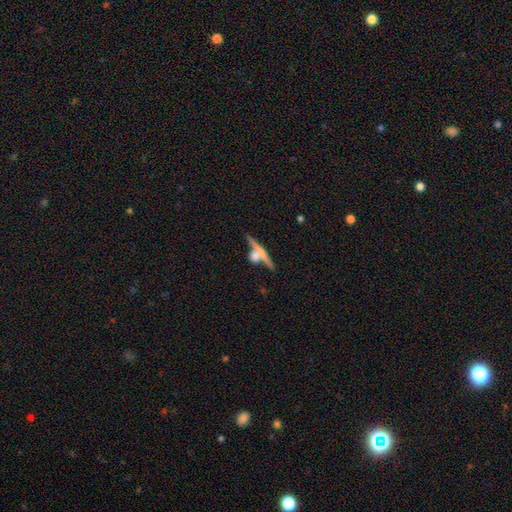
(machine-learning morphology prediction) This is possibly a smooth galaxy (46%). Merging: possibly none (47%).